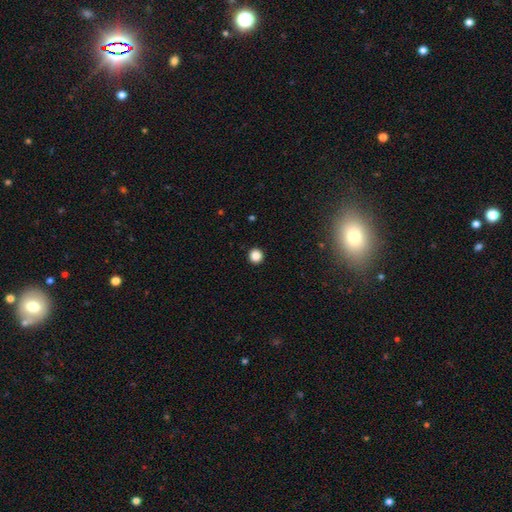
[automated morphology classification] smooth_or_featured: smooth (p=0.86) [alt: star or artifact p=0.11]
how_rounded: round (p=0.95) [alt: in between p=0.04]
merging: none (p=0.94) [alt: minor disturbance p=0.04]